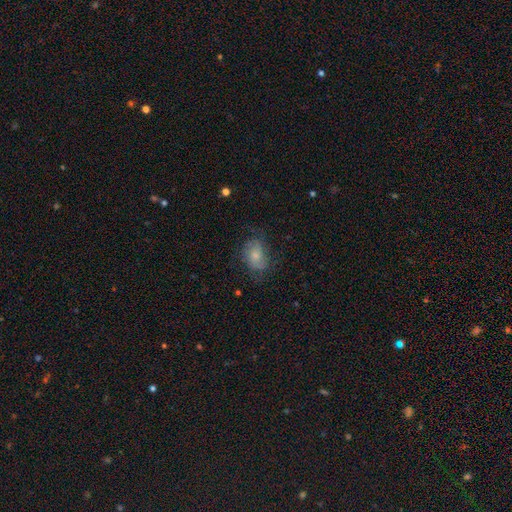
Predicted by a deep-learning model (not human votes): smooth-or-featured: smooth: 54% | featured or disk: 36% | star or artifact: 9%
  how-rounded: in between: 73% | round: 26% | cigar-shaped: 1%
  merging: none: 59% | minor disturbance: 26% | major disturbance: 14% | merger: 1%